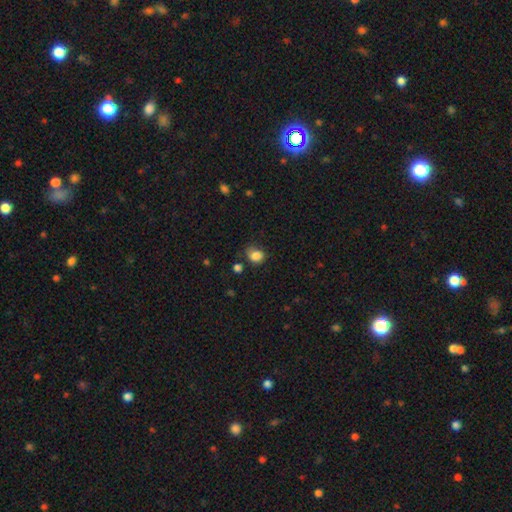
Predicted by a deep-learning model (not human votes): Smooth or featured? smooth (83%)
How rounded? round (69%)
Merging? none (55%)